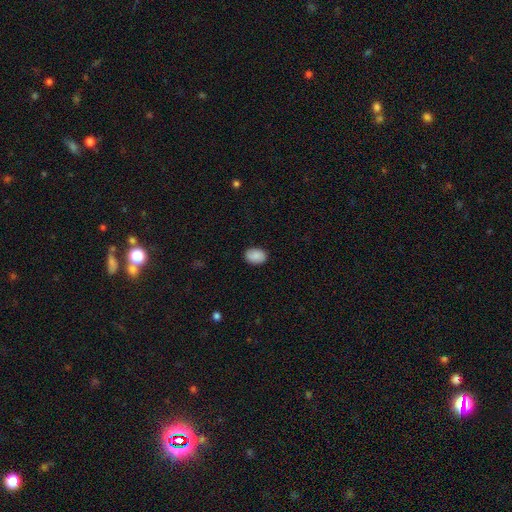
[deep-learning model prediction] A smooth galaxy with no disk features (89%) that is in between round and cigar-shaped (77%).

Vote fractions:
- Smooth or featured? smooth: 89% / star or artifact: 7% / featured or disk: 4%
- How rounded? in between: 77% / round: 22% / cigar-shaped: 1%
- Merging? none: 88% / minor disturbance: 9% / major disturbance: 2% / merger: 1%